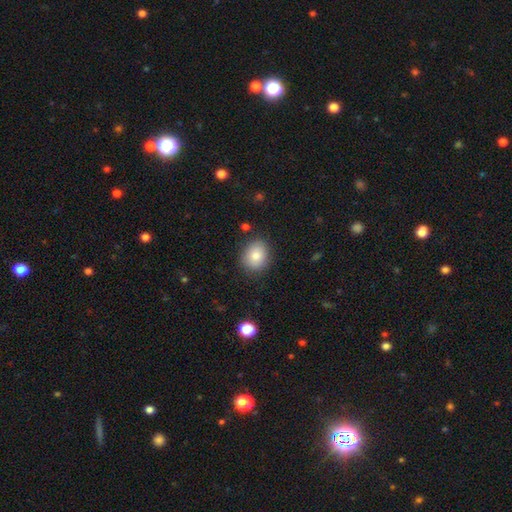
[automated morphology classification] Smooth or featured? Predicted: smooth (p=0.84). How rounded? Predicted: round (p=0.58). Merging? Predicted: none (p=0.83).